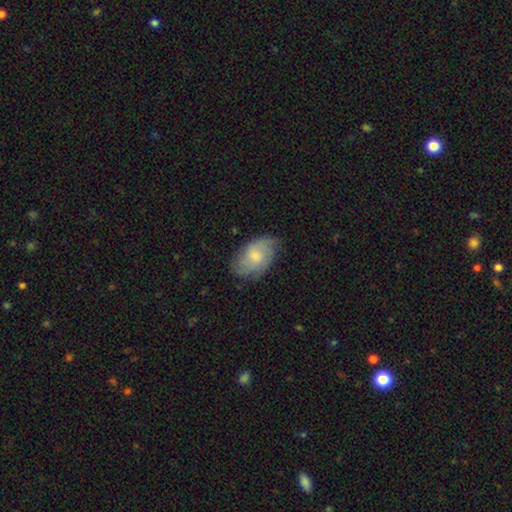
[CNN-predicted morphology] featured or disk 50%, smooth 44%, star or artifact 7%. Down the decision tree: merging — none (71%).